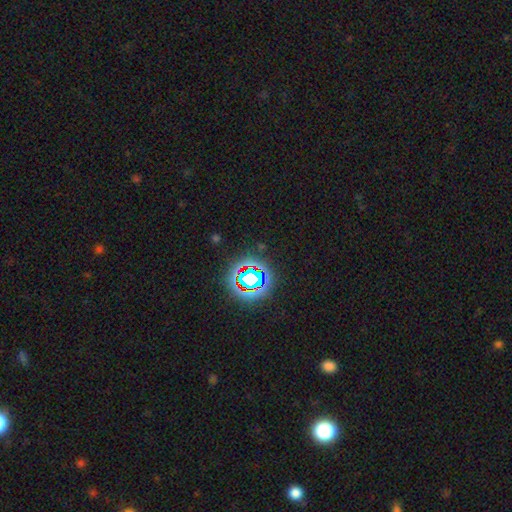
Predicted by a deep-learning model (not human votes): This appears to be a star or artifact, not a galaxy (77%).